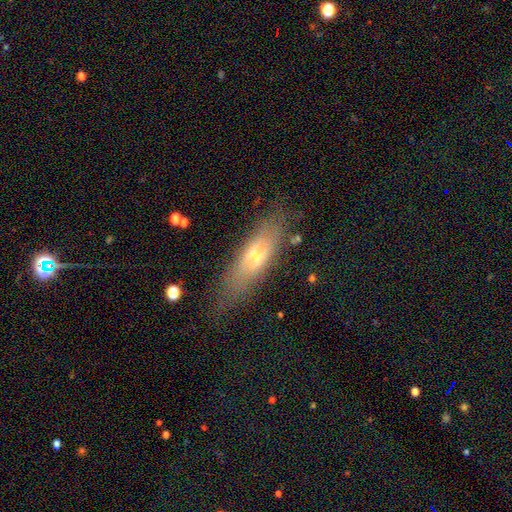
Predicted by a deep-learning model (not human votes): Q: Smooth or featured?
A: smooth (51%); runner-up: featured or disk (40%)
Q: How rounded?
A: cigar-shaped (49%); runner-up: in between (48%)
Q: Merging?
A: none (70%); runner-up: minor disturbance (19%)